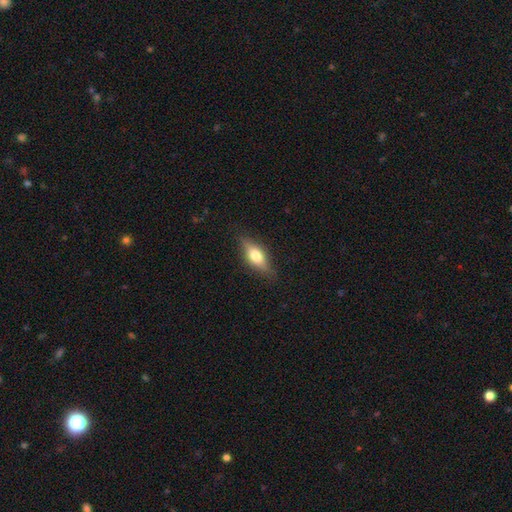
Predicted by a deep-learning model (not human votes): Smooth or featured? Predicted: smooth (p=0.58). How rounded? Predicted: in between (p=0.68). Merging? Predicted: none (p=0.81).